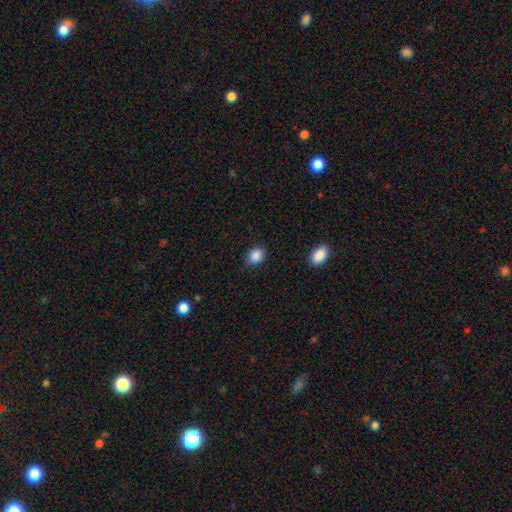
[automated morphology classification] smooth-or-featured: smooth: 88% | star or artifact: 9% | featured or disk: 3%
  how-rounded: round: 51% | in between: 48% | cigar-shaped: 1%
  merging: none: 83% | minor disturbance: 13% | major disturbance: 3% | merger: 1%